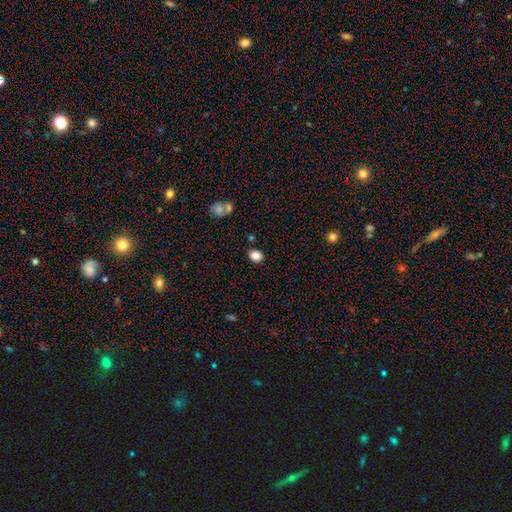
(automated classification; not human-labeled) Q: Smooth or featured?
A: smooth (86%); runner-up: star or artifact (10%)
Q: How rounded?
A: in between (55%); runner-up: round (44%)
Q: Merging?
A: none (84%); runner-up: minor disturbance (9%)